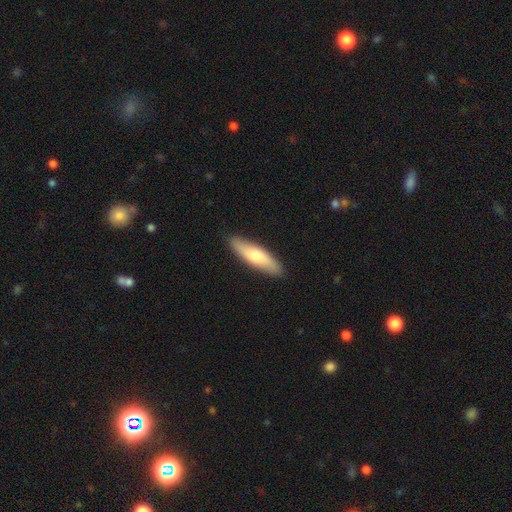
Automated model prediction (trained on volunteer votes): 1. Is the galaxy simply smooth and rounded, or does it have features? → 65% smooth, 30% featured or disk, 5% star or artifact.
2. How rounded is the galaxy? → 65% cigar-shaped, 33% in between, 2% round.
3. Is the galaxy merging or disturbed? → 90% none, 8% minor disturbance, 2% major disturbance, 1% merger.